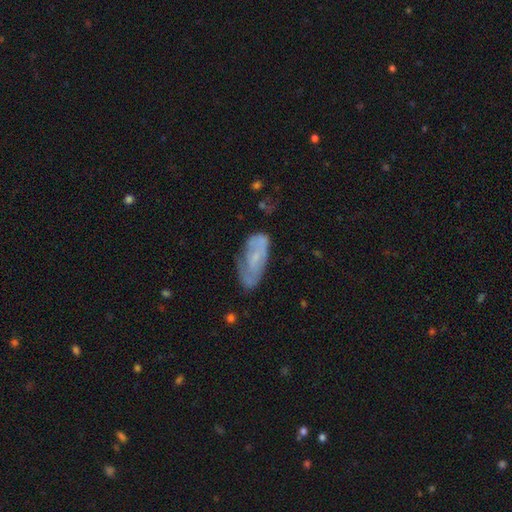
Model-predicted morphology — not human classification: The model was most divided on "smooth or featured": featured or disk: 54%, smooth: 35%, star or artifact: 11%. More confident: edge-on disk — no (86%); merging — none (70%).